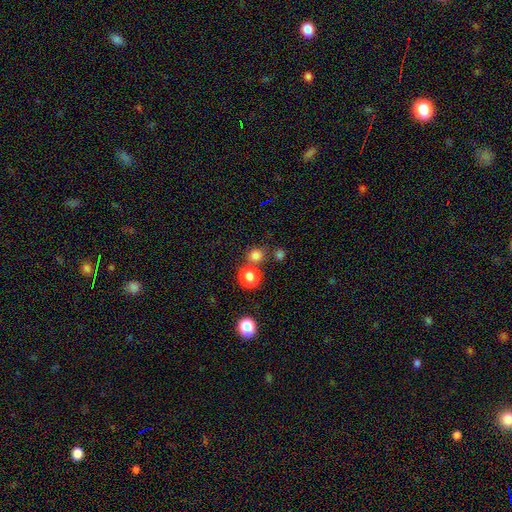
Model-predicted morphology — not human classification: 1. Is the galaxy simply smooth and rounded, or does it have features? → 77% smooth, 18% star or artifact, 5% featured or disk.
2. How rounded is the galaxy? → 89% round, 10% in between, 1% cigar-shaped.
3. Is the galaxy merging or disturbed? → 73% none, 16% merger, 8% minor disturbance, 3% major disturbance.